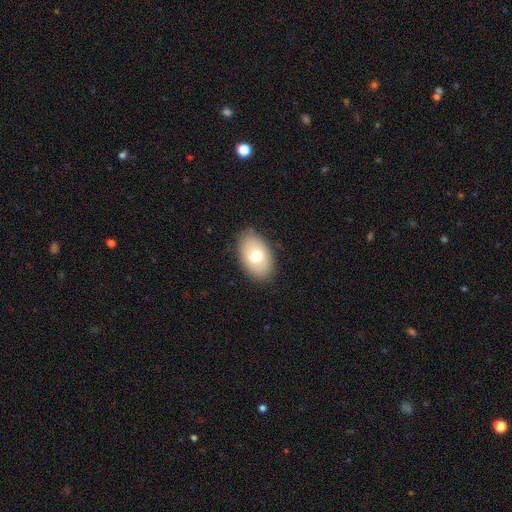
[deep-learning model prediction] smooth 69%, featured or disk 23%, star or artifact 8%. Down the decision tree: how rounded — in between (89%); merging — none (83%).